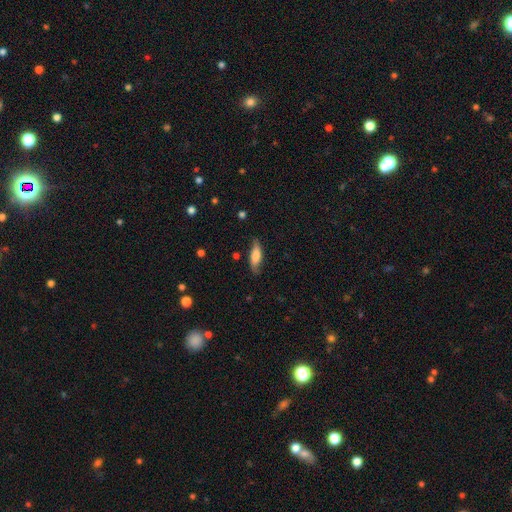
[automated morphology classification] Q: Smooth or featured?
A: smooth (71%); runner-up: featured or disk (22%)
Q: How rounded?
A: in between (57%); runner-up: cigar-shaped (41%)
Q: Merging?
A: none (72%); runner-up: minor disturbance (22%)